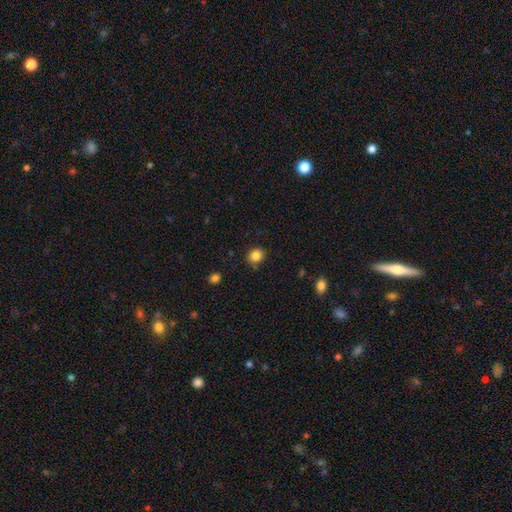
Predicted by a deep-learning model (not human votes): The model was most divided on "how rounded": round: 72%, in between: 27%, cigar-shaped: 1%. More confident: merging — none (85%); smooth or featured — smooth (84%).